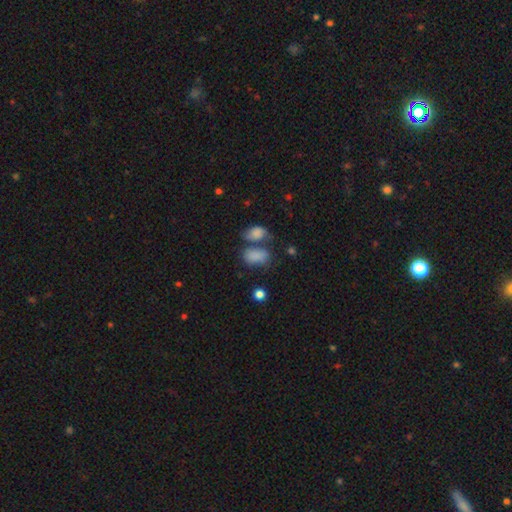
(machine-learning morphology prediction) A smooth galaxy with no disk features (80%) that is in between round and cigar-shaped (85%).

Vote fractions:
- Smooth or featured? smooth: 80% / star or artifact: 10% / featured or disk: 10%
- How rounded? in between: 85% / round: 13% / cigar-shaped: 2%
- Merging? merger: 37% / none: 35% / minor disturbance: 17% / major disturbance: 11%